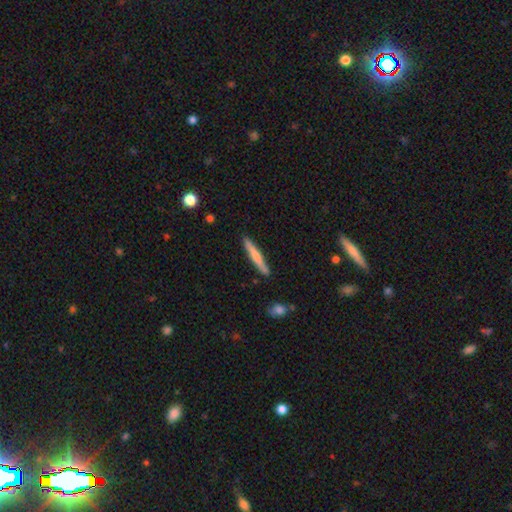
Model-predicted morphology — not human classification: Smooth or featured?
  - smooth: 63% *
  - featured or disk: 32%
  - star or artifact: 5%
How rounded?
  - cigar-shaped: 95% *
  - in between: 4%
  - round: 1%
Merging?
  - none: 87% *
  - minor disturbance: 9%
  - merger: 2%
  - major disturbance: 2%